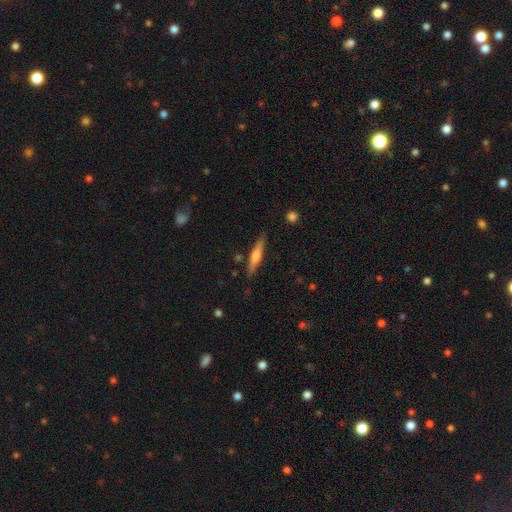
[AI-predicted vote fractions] The model was most divided on "smooth or featured": featured or disk: 52%, smooth: 42%, star or artifact: 6%. More confident: edge-on disk — yes (96%); merging — none (86%).